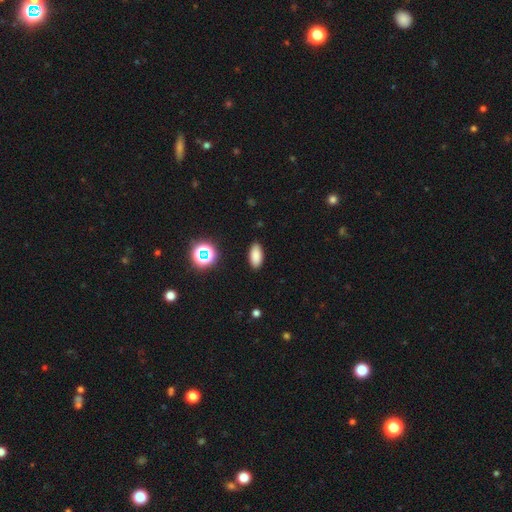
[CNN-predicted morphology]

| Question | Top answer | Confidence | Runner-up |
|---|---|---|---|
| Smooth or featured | smooth | 83% | star or artifact (12%) |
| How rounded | in between | 90% | cigar-shaped (7%) |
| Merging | none | 89% | minor disturbance (8%) |